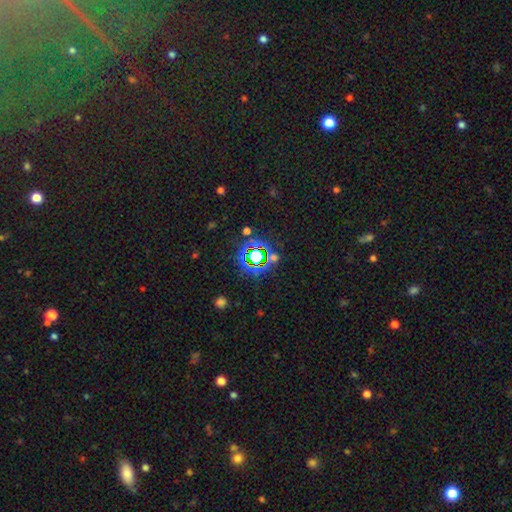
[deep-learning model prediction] Smooth or featured? star or artifact (72%)